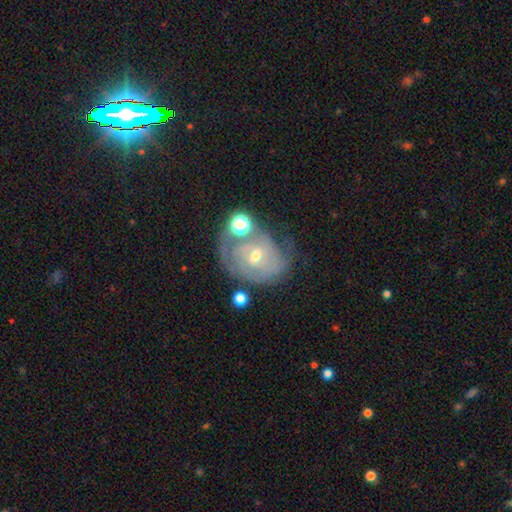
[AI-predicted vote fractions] Smooth or featured?
  - featured or disk: 69% *
  - smooth: 22%
  - star or artifact: 8%
Edge-on disk?
  - no: 96% *
  - yes: 4%
Bar?
  - no: 58% *
  - weak: 35%
  - strong: 7%
Spiral arms?
  - yes: 75% *
  - no: 25%
Spiral winding?
  - tight: 64% *
  - medium: 26%
  - loose: 10%
Spiral arm count?
  - can't tell: 51% *
  - 2: 25%
  - 3: 9%
  - 1: 9%
  - 4: 4%
  - more than 4: 3%
Bulge size?
  - moderate: 53% *
  - small: 41%
  - large: 3%
  - none: 1%
  - dominant: 1%
Merging?
  - none: 44% *
  - minor disturbance: 24%
  - major disturbance: 19%
  - merger: 12%